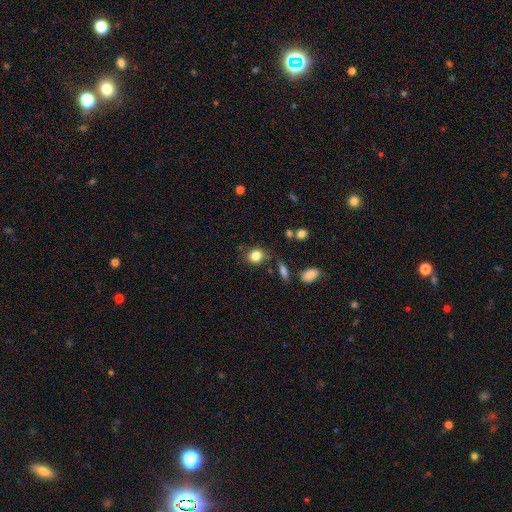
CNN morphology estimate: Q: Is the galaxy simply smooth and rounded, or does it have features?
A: smooth — 83%.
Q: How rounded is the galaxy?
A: round — 68%.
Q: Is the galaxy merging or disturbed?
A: none — 75%.